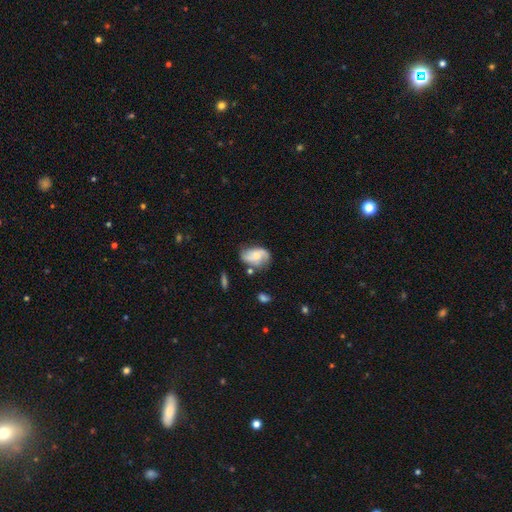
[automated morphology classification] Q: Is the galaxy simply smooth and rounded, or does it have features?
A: featured or disk — 50%.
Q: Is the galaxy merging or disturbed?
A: none — 53%.